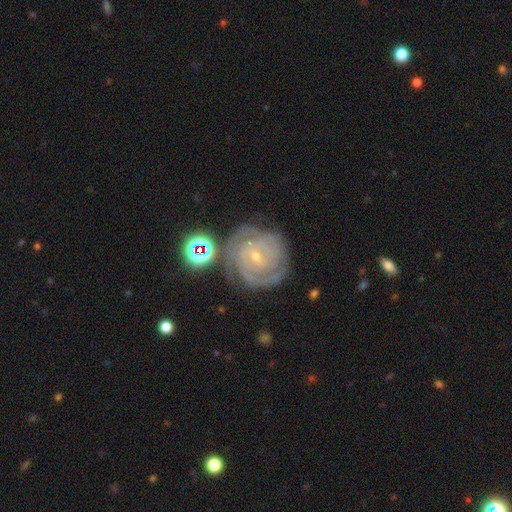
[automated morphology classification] A featured or disk galaxy (88%) with no bar (56%), 2 (27%, tied with 3) tight (82%) spiral arms (98%) and a small central bulge (79%). Merging: none (73%).